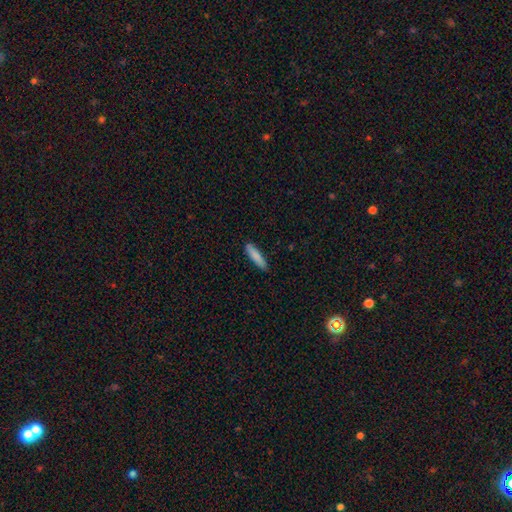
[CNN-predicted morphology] Smooth or featured? smooth (84%)
How rounded? cigar-shaped (77%)
Merging? none (85%)